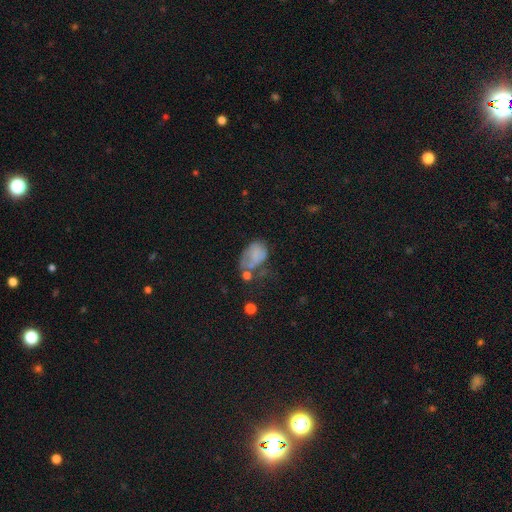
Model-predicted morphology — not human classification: type=smooth (56%); roundness=in between (81%); merging=major disturbance (33%).